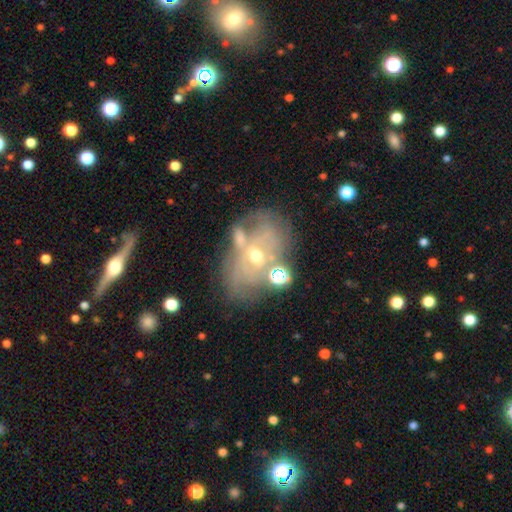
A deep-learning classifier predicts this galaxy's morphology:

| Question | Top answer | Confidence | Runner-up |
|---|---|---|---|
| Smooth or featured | featured or disk | 70% | smooth (19%) |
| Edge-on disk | no | 95% | yes (5%) |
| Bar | no | 73% | weak (21%) |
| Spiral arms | yes | 62% | no (38%) |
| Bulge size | moderate | 51% | small (44%) |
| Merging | none | 51% | minor disturbance (21%) |